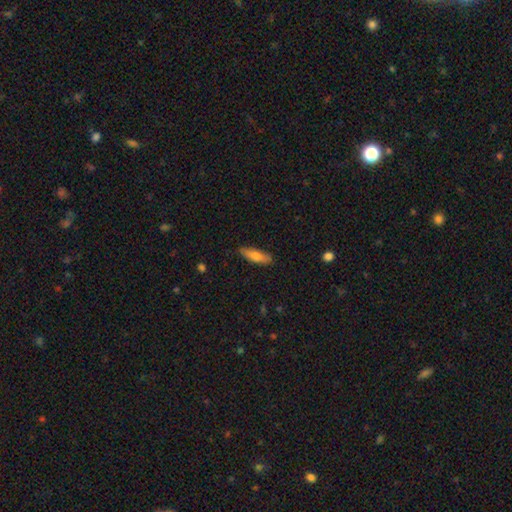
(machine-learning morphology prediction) smooth_or_featured: smooth (p=0.73) [alt: featured or disk p=0.21]
how_rounded: cigar-shaped (p=0.52) [alt: in between p=0.46]
merging: none (p=0.82) [alt: minor disturbance p=0.15]